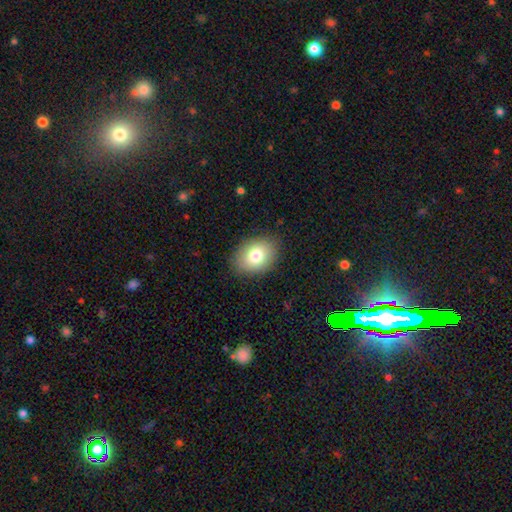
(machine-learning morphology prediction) smooth 79%, featured or disk 12%, star or artifact 9%. Down the decision tree: how rounded — in between (71%); merging — none (86%).